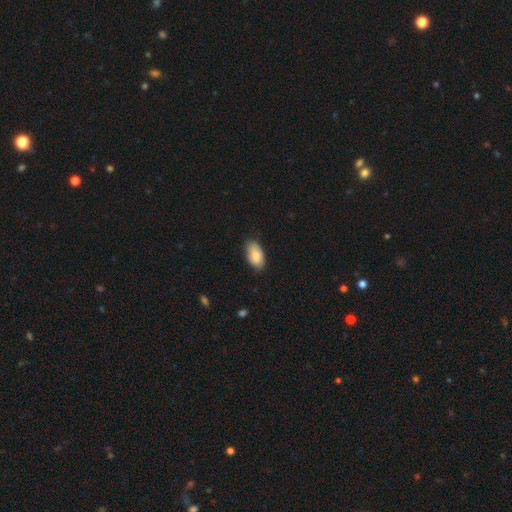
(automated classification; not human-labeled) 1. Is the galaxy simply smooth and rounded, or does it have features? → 84% smooth, 10% featured or disk, 6% star or artifact.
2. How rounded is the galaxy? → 94% in between, 4% round, 2% cigar-shaped.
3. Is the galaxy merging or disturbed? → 79% none, 18% minor disturbance, 3% major disturbance, 1% merger.